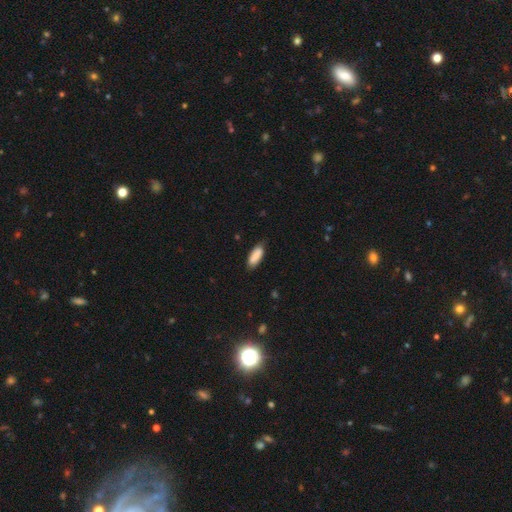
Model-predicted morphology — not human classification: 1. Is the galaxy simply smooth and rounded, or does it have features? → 88% smooth, 6% featured or disk, 6% star or artifact.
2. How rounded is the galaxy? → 70% in between, 28% cigar-shaped, 2% round.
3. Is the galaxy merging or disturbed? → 77% none, 18% minor disturbance, 3% major disturbance, 2% merger.